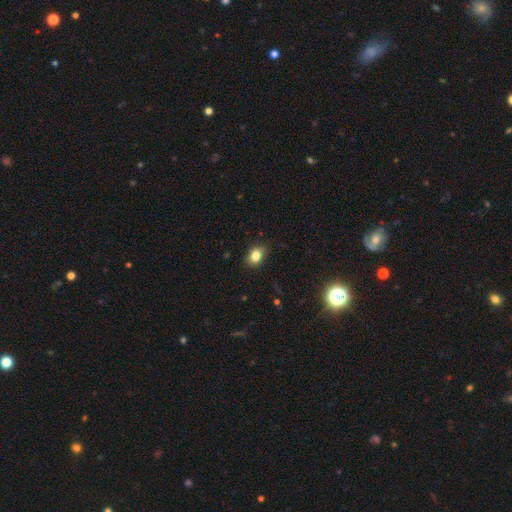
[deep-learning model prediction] Smooth or featured?
  - smooth: 82% *
  - star or artifact: 11%
  - featured or disk: 8%
How rounded?
  - in between: 63% *
  - round: 35%
  - cigar-shaped: 1%
Merging?
  - none: 82% *
  - minor disturbance: 14%
  - major disturbance: 2%
  - merger: 1%